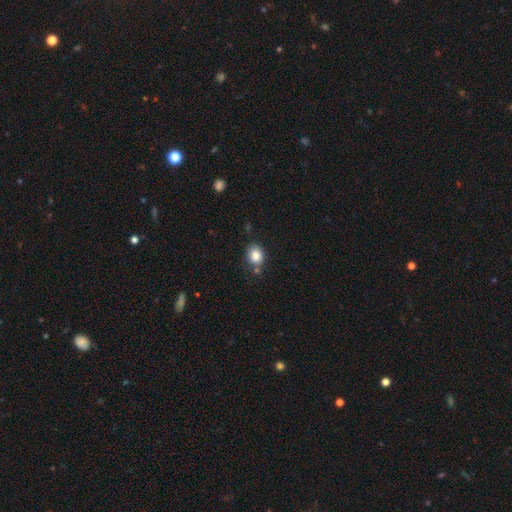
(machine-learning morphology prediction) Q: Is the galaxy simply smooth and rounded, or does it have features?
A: smooth — 85%.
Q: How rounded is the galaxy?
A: round — 50%.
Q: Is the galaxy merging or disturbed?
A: none — 69%.